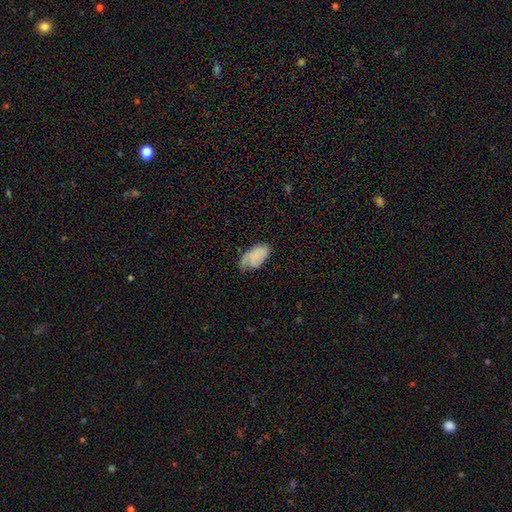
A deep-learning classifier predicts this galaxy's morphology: Smooth or featured? smooth (64%)
How rounded? in between (94%)
Merging? none (42%)